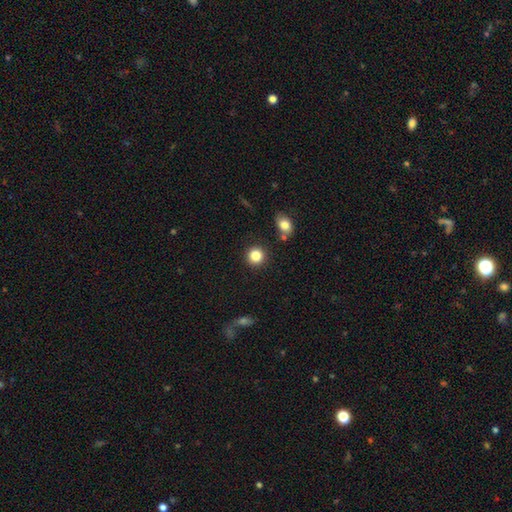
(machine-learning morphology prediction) smooth 85%, star or artifact 10%, featured or disk 5%. Down the decision tree: how rounded — round (91%); merging — none (88%).